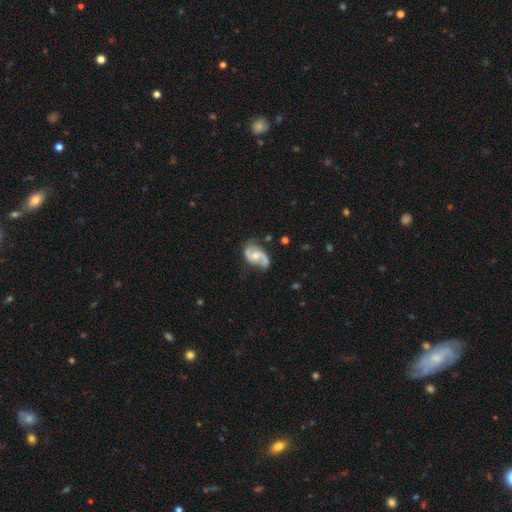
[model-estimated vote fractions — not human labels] This appears to be a featured or disk galaxy (86%) with no bar (49%), 2 (90%) medium (50%) spiral arms (96%) and a moderate central bulge (57%). Merging: none (66%).